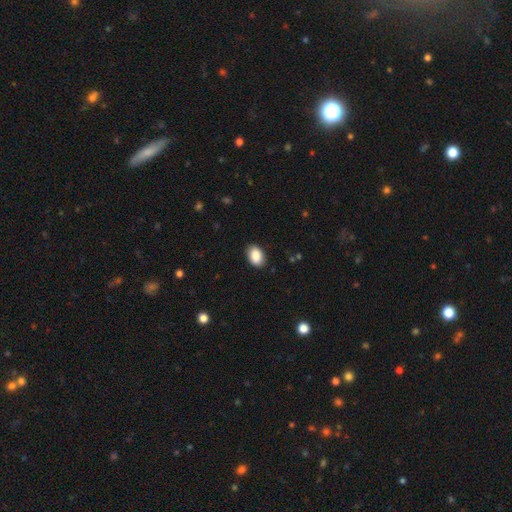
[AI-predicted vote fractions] This appears to be a smooth galaxy with no disk features (89%) that is in between round and cigar-shaped (89%). Merging: none (87%).